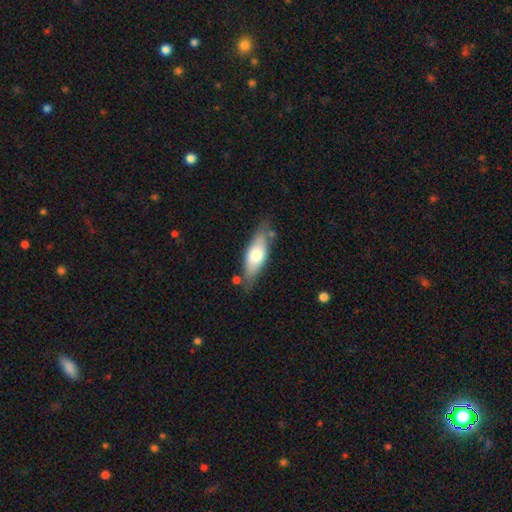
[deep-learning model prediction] Q: Smooth or featured?
A: smooth (61%); runner-up: featured or disk (33%)
Q: How rounded?
A: in between (63%); runner-up: cigar-shaped (35%)
Q: Merging?
A: none (71%); runner-up: minor disturbance (19%)